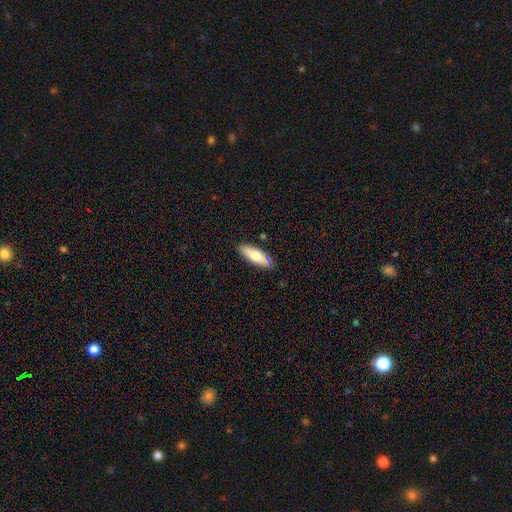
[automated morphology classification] The model was most divided on "how rounded": in between: 61%, cigar-shaped: 37%, round: 2%. More confident: merging — none (85%); smooth or featured — smooth (70%).